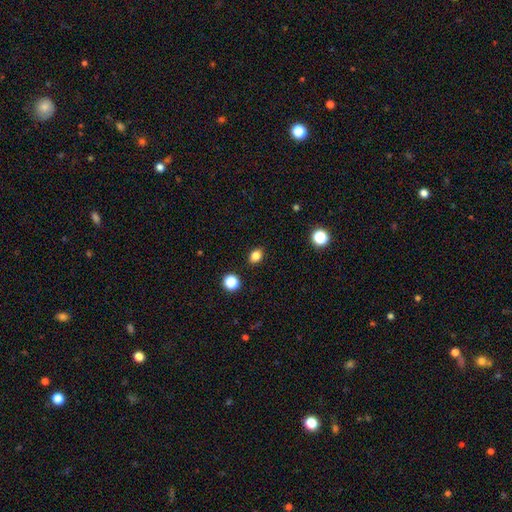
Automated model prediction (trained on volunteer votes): This is clearly a smooth galaxy (83%). How rounded: likely in between (61%). Merging: clearly none (88%).